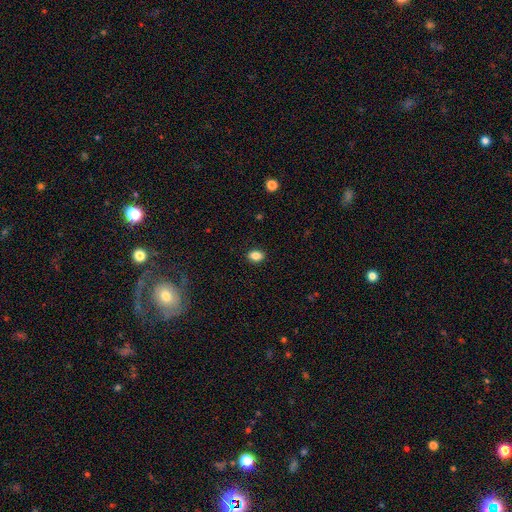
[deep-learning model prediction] Smooth or featured?
  - smooth: 86% *
  - star or artifact: 10%
  - featured or disk: 5%
How rounded?
  - in between: 72% *
  - round: 27%
  - cigar-shaped: 1%
Merging?
  - none: 89% *
  - minor disturbance: 8%
  - major disturbance: 2%
  - merger: 1%